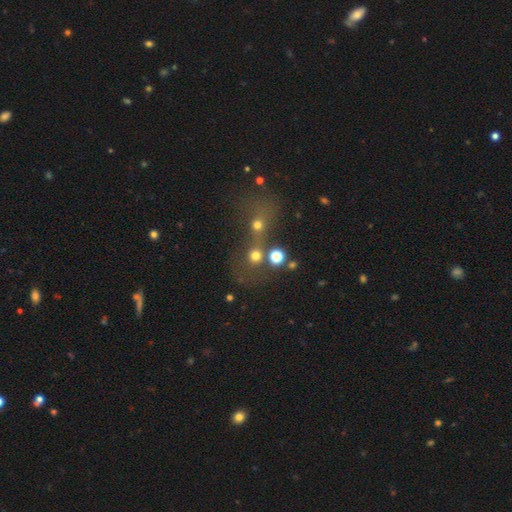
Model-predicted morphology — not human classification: smooth-or-featured: smooth: 66% | star or artifact: 22% | featured or disk: 12%
  how-rounded: round: 86% | in between: 12% | cigar-shaped: 2%
  merging: none: 45% | merger: 40% | major disturbance: 8% | minor disturbance: 7%